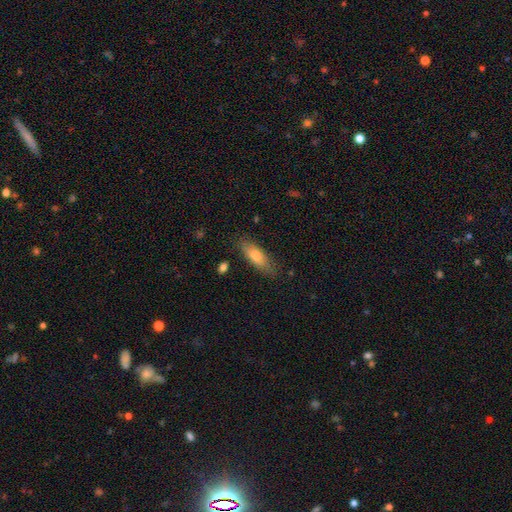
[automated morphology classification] A smooth galaxy with no disk features (80%) that is in between round and cigar-shaped (58%). Merging: none (77%).